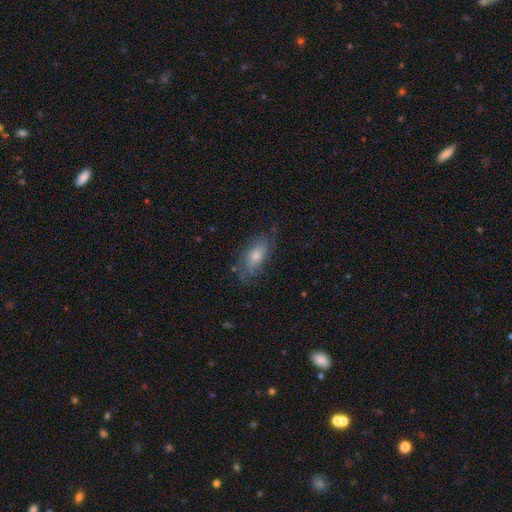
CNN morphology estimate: Smooth or featured? Predicted: featured or disk (p=0.46). Merging? Predicted: none (p=0.69).